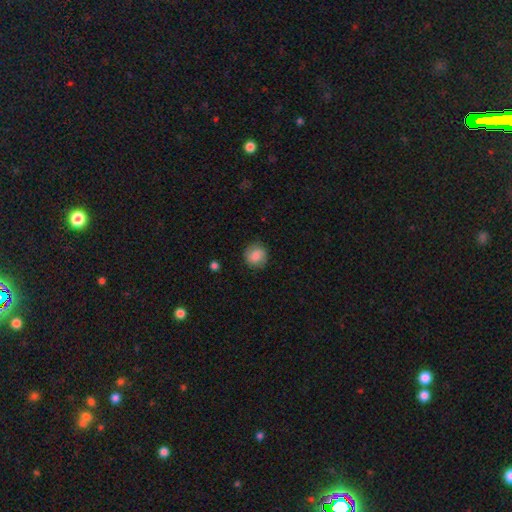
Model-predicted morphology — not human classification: Smooth or featured? smooth (73%)
How rounded? round (85%)
Merging? none (83%)